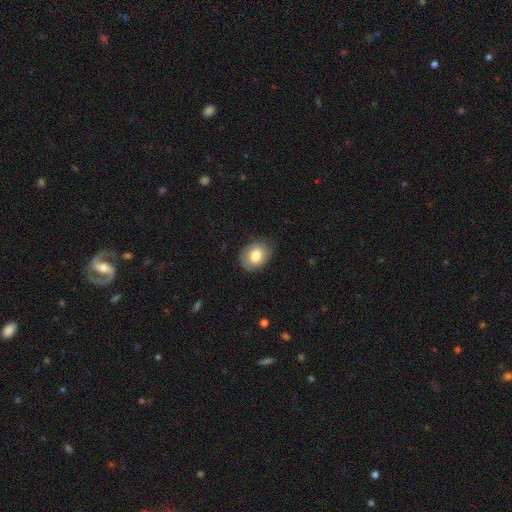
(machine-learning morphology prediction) smooth 68%, featured or disk 25%, star or artifact 7%. Down the decision tree: how rounded — in between (60%); merging — none (71%).